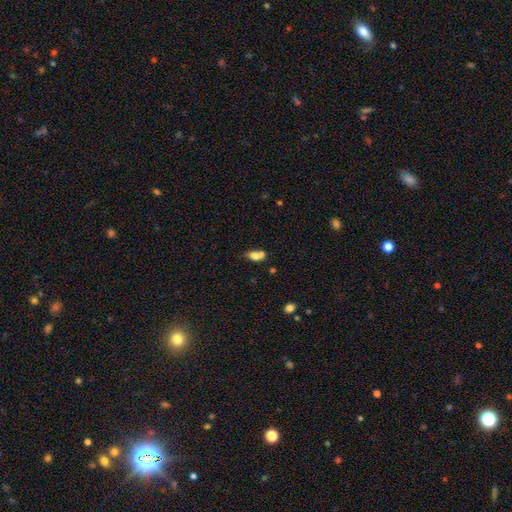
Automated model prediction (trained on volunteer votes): smooth-or-featured: smooth: 71% | featured or disk: 20% | star or artifact: 10%
  how-rounded: in between: 77% | round: 15% | cigar-shaped: 8%
  merging: merger: 46% | none: 35% | minor disturbance: 14% | major disturbance: 6%